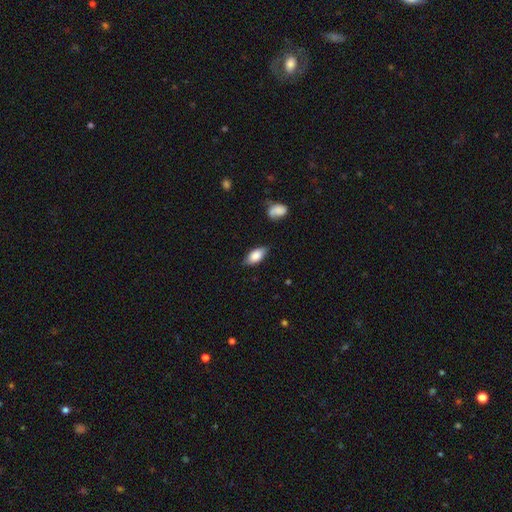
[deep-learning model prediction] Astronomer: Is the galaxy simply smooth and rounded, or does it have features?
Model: smooth — 81%.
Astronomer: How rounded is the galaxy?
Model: in between — 89%.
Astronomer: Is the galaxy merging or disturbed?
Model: none — 78%.